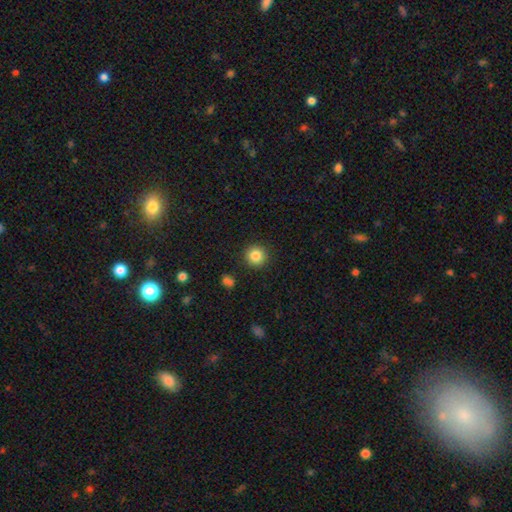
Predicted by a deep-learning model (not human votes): A smooth galaxy with no disk features (85%) that is round (94%). Merging: none (91%).